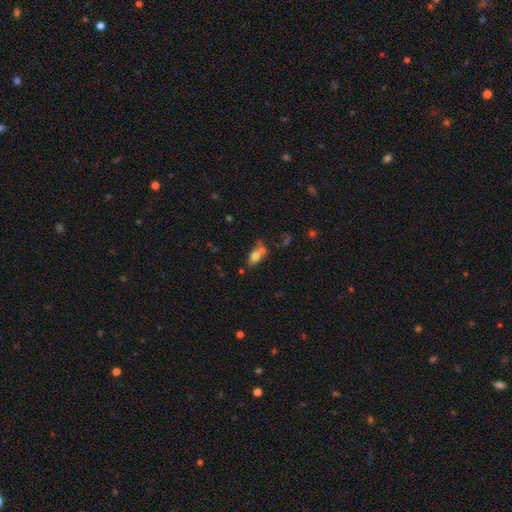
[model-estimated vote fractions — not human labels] smooth 73%, featured or disk 16%, star or artifact 11%. Down the decision tree: how rounded — in between (81%); merging — none (42%).